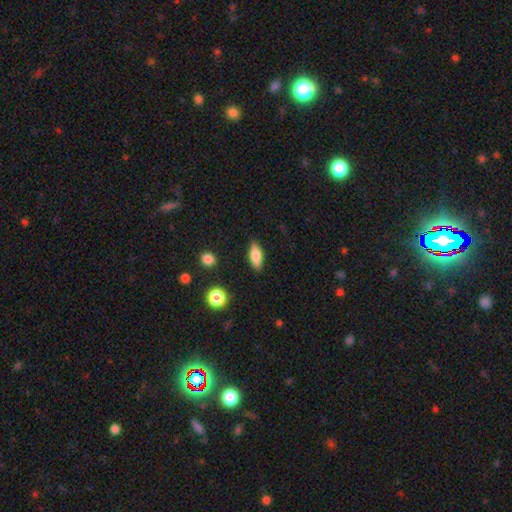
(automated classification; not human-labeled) smooth 66%, featured or disk 26%, star or artifact 8%. Down the decision tree: how rounded — in between (62%); merging — none (85%).